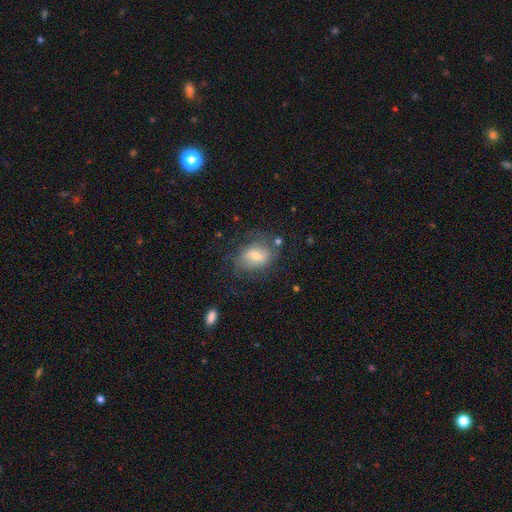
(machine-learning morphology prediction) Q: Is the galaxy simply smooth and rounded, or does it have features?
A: smooth — 53%.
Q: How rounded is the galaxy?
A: in between — 72%.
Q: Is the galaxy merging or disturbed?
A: none — 58%.